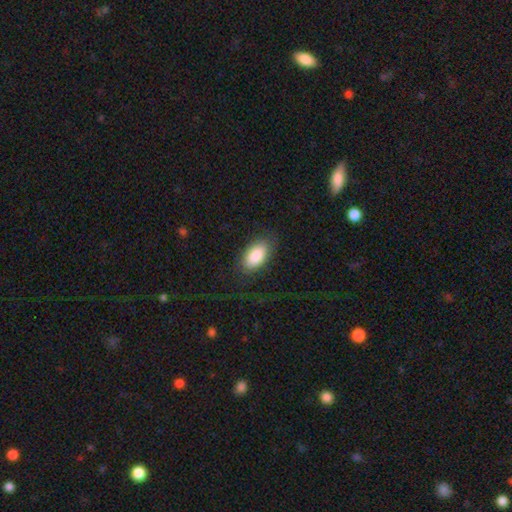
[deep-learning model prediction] Smooth or featured: smooth — 86% (featured or disk — 8%)
How rounded: in between — 94% (round — 3%)
Merging: none — 79% (minor disturbance — 13%)